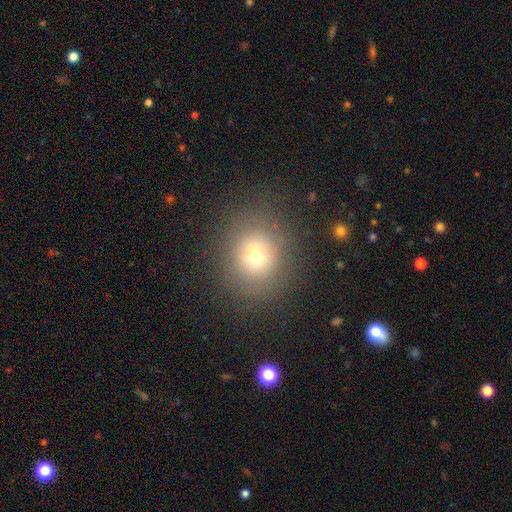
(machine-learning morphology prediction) A smooth galaxy with no disk features (68%) that is round (80%).

Vote fractions:
- Smooth or featured? smooth: 68% / star or artifact: 17% / featured or disk: 15%
- How rounded? round: 80% / in between: 19% / cigar-shaped: 1%
- Merging? none: 81% / minor disturbance: 11% / major disturbance: 6% / merger: 1%